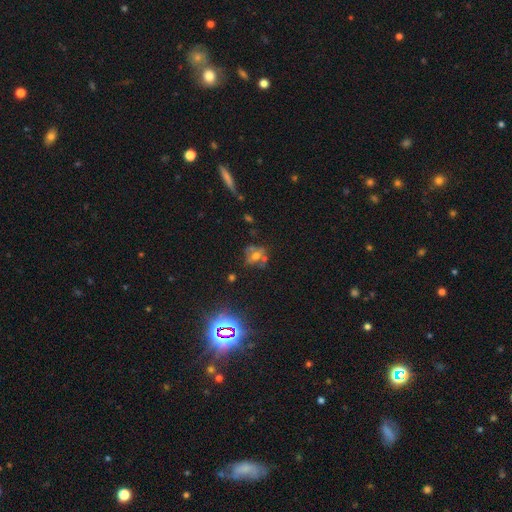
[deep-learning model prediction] The model was most divided on "smooth or featured" (2-way tie): featured or disk: 38%, smooth: 38%, star or artifact: 24%. Remaining: merging — none (47%).